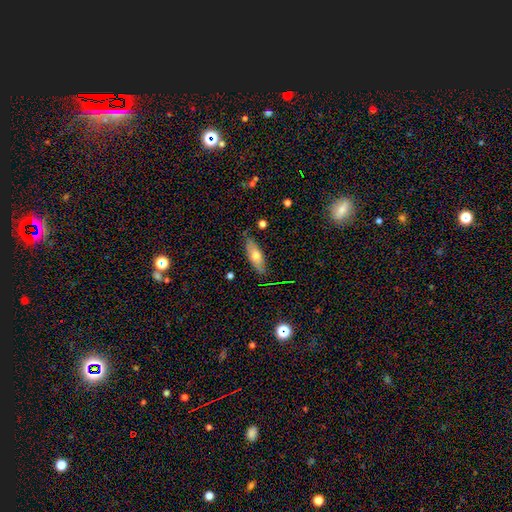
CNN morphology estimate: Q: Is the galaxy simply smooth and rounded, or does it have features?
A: smooth — 64%.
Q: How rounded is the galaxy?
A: in between — 60%.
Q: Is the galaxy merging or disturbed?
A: none — 79%.